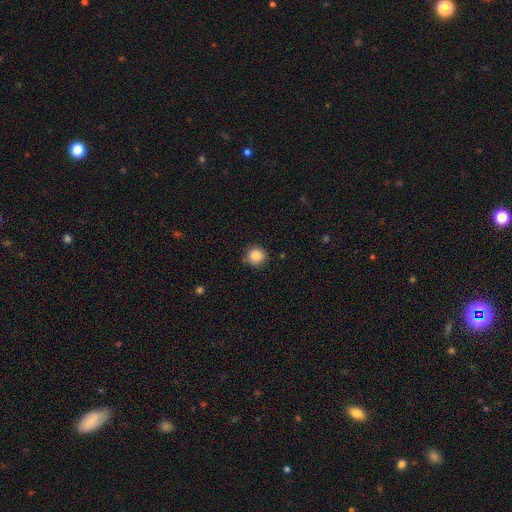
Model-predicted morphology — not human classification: A smooth galaxy with no disk features (86%) that is round (91%). Merging: none (83%).